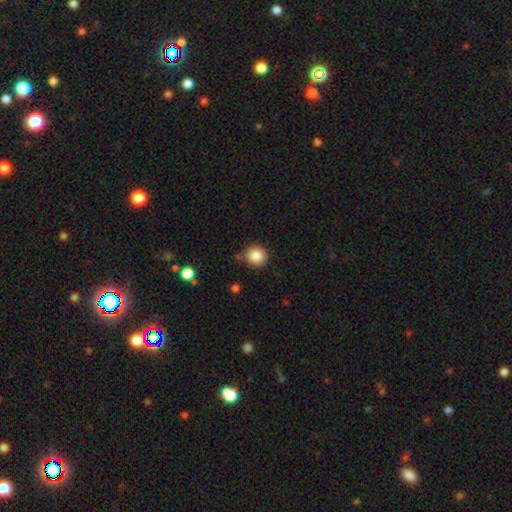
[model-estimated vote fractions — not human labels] Morphology: type=smooth (86%); roundness=round (93%); merging=none (83%).